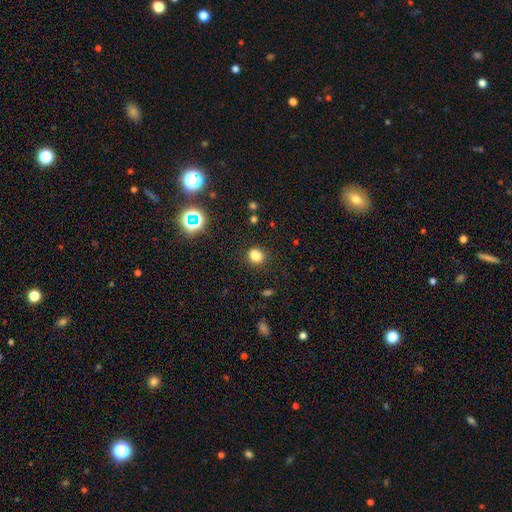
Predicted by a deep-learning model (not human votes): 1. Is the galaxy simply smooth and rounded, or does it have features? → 80% smooth, 15% star or artifact, 5% featured or disk.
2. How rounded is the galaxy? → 68% round, 31% in between, 1% cigar-shaped.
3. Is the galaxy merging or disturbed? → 83% none, 11% minor disturbance, 4% major disturbance, 2% merger.